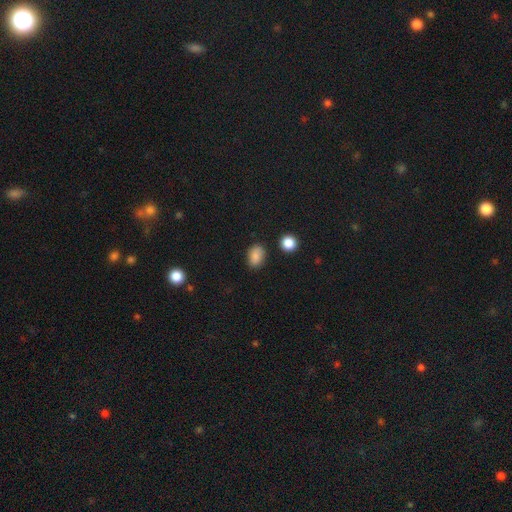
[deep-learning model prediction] Smooth or featured: smooth — 85% (star or artifact — 10%)
How rounded: in between — 79% (round — 20%)
Merging: none — 82% (minor disturbance — 12%)